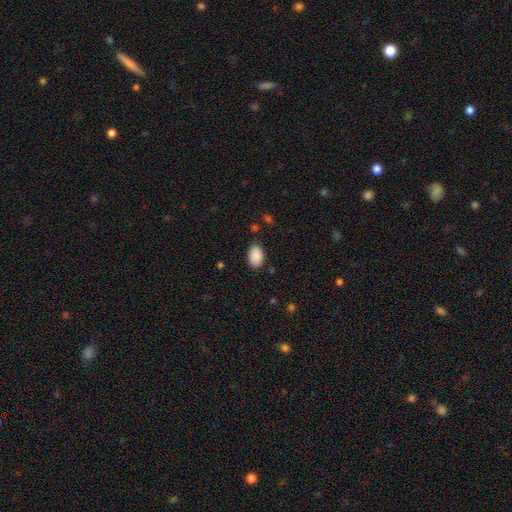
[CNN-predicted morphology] smooth-or-featured: smooth: 90% | star or artifact: 7% | featured or disk: 3%
  how-rounded: in between: 91% | round: 8% | cigar-shaped: 1%
  merging: none: 82% | minor disturbance: 13% | major disturbance: 3% | merger: 2%